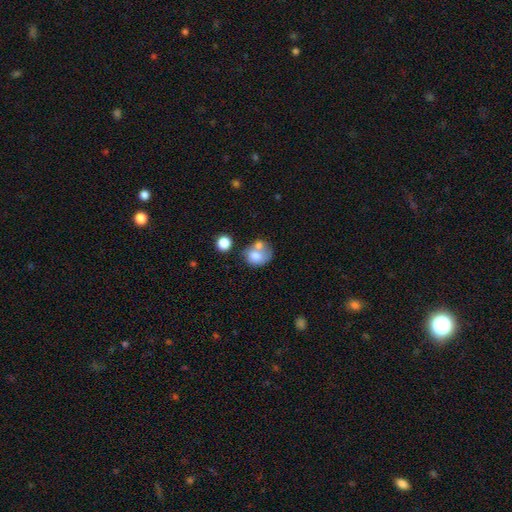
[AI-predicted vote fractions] This appears to be a smooth galaxy with no disk features (71%) that is round (59%). Merging: merger (47%).